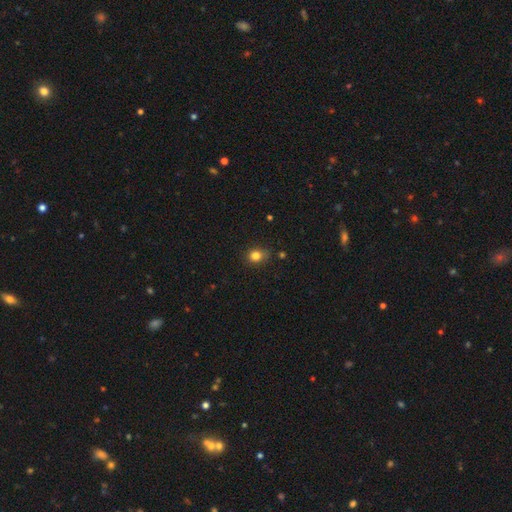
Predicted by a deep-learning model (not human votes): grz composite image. It shows a smooth galaxy with no disk features (82%) that is round (65%). Merging: none (75%).